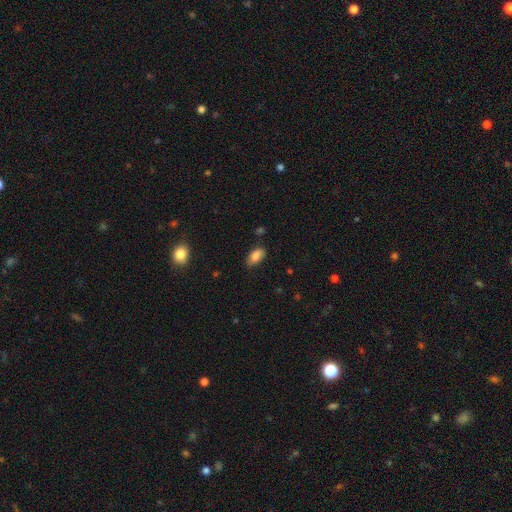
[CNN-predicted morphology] smooth 85%, star or artifact 8%, featured or disk 7%. Down the decision tree: how rounded — in between (92%); merging — none (77%).